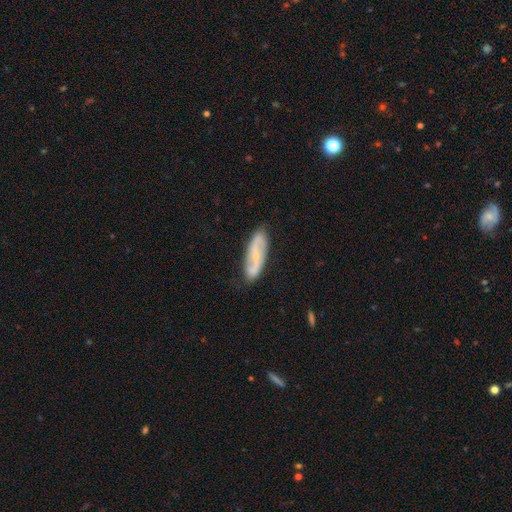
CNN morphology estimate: The model was most divided on "bar": no: 41%, weak: 39%, strong: 20%. Remaining: spiral arms — yes (89%); spiral arm count — 2 (87%); edge-on disk — no (86%); merging — none (81%); smooth or featured — featured or disk (70%); bulge size — small (69%); spiral winding — loose (42%).